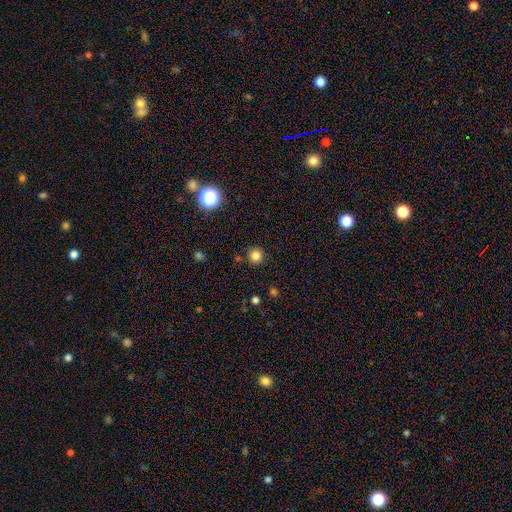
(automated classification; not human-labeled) Smooth or featured? smooth (81%)
How rounded? round (94%)
Merging? none (89%)